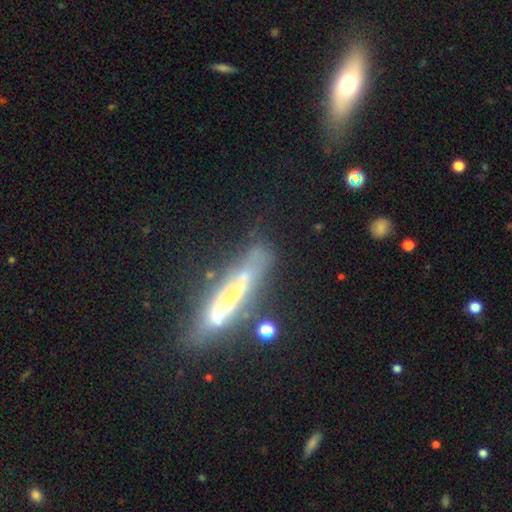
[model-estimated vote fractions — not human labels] Smooth or featured? Predicted: featured or disk (p=0.60). Edge-on disk? Predicted: yes (p=0.72). Merging? Predicted: none (p=0.51).